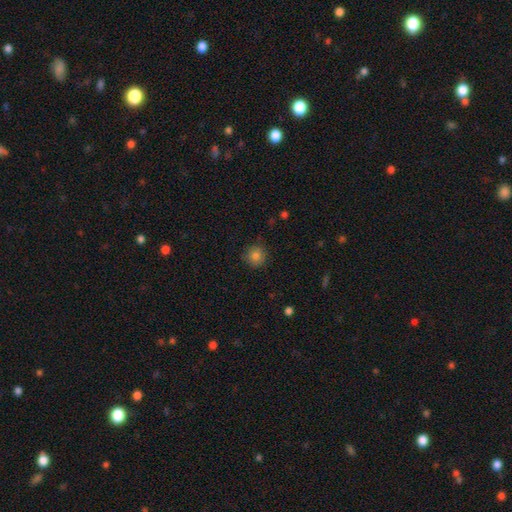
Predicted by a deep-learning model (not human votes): Smooth or featured?
  - smooth: 82% *
  - star or artifact: 11%
  - featured or disk: 7%
How rounded?
  - round: 93% *
  - in between: 6%
  - cigar-shaped: 1%
Merging?
  - none: 87% *
  - minor disturbance: 10%
  - major disturbance: 2%
  - merger: 1%